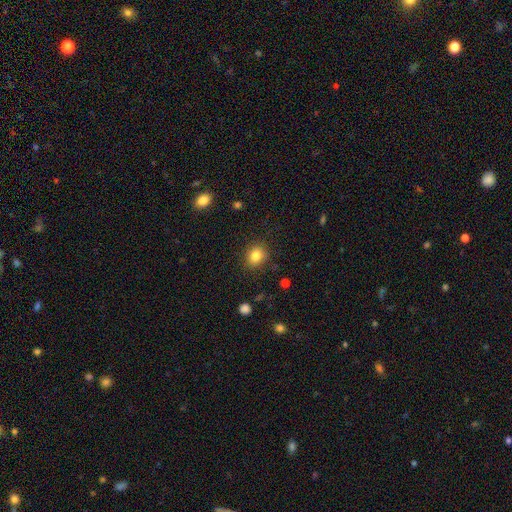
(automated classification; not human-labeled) This is clearly a smooth galaxy (83%). How rounded: likely round (64%). Merging: clearly none (86%).